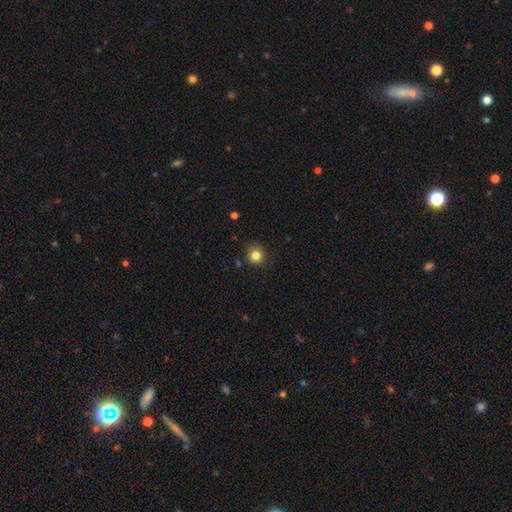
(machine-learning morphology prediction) Smooth or featured: smooth — 83% (star or artifact — 12%)
How rounded: round — 92% (in between — 7%)
Merging: none — 84% (minor disturbance — 11%)